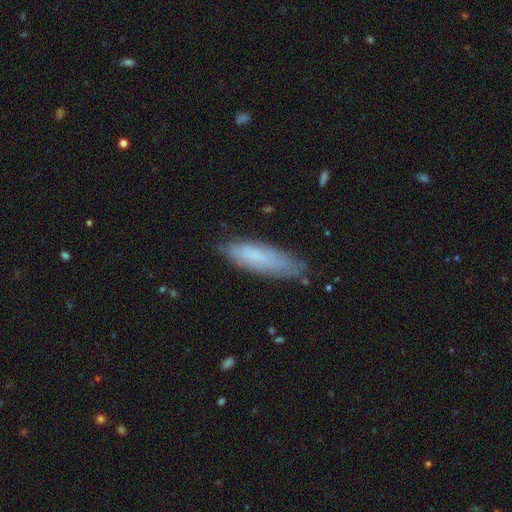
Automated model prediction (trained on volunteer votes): Overall: smooth (73%). How rounded: cigar-shaped (57%; in between 42%). Merging: none (73%).